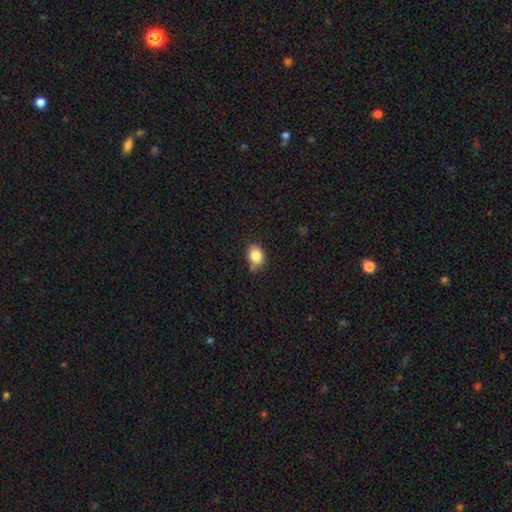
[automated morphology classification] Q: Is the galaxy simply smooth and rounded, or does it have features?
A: smooth — 85%.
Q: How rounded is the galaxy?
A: in between — 68%.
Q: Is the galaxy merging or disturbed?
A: none — 67%.